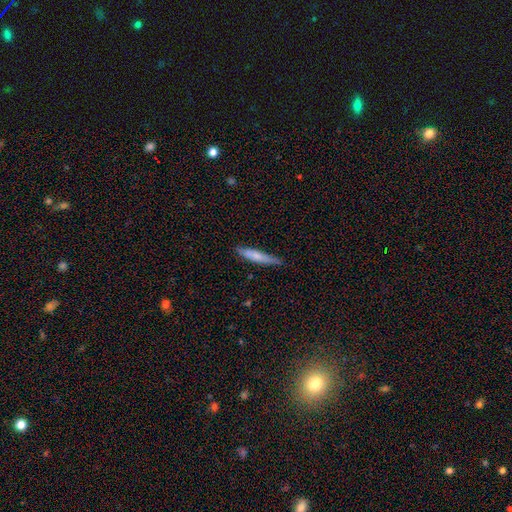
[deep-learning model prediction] The model was most divided on "smooth or featured": smooth: 70%, featured or disk: 25%, star or artifact: 6%. More confident: how rounded — cigar-shaped (90%); merging — none (75%).